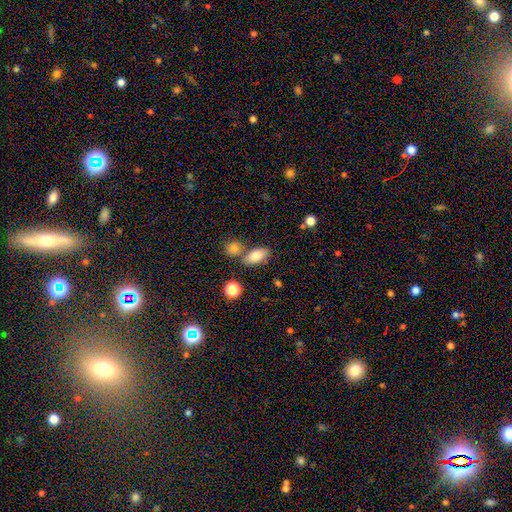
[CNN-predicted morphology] Q: Smooth or featured?
A: smooth (81%); runner-up: featured or disk (10%)
Q: How rounded?
A: in between (87%); runner-up: round (8%)
Q: Merging?
A: none (64%); runner-up: merger (20%)